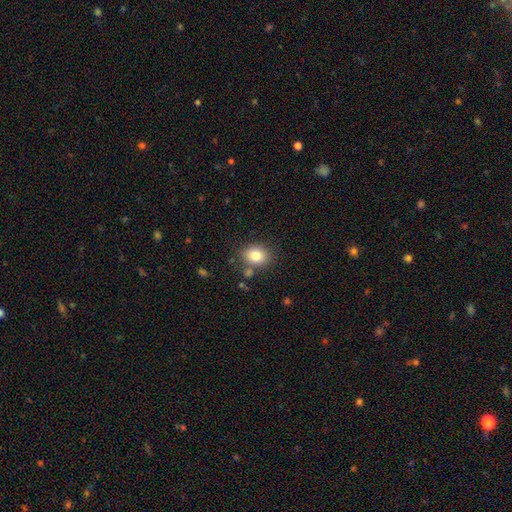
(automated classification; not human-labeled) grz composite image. It shows a smooth galaxy with no disk features (81%) that is in between round and cigar-shaped (51%). Merging: none (77%).